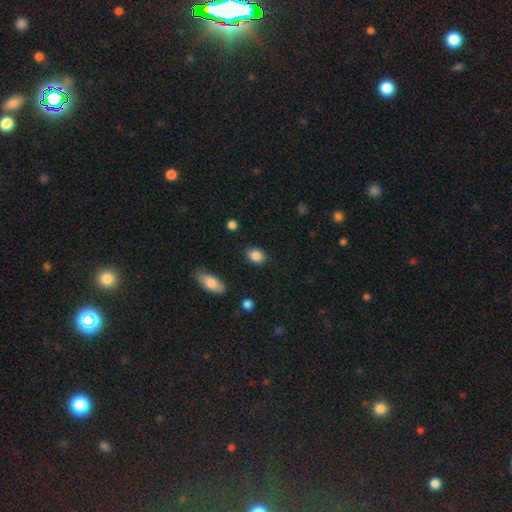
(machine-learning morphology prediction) A smooth galaxy with no disk features (87%) that is in between round and cigar-shaped (70%).

Vote fractions:
- Smooth or featured? smooth: 87% / star or artifact: 8% / featured or disk: 5%
- How rounded? in between: 70% / round: 28% / cigar-shaped: 1%
- Merging? none: 85% / minor disturbance: 10% / major disturbance: 3% / merger: 2%